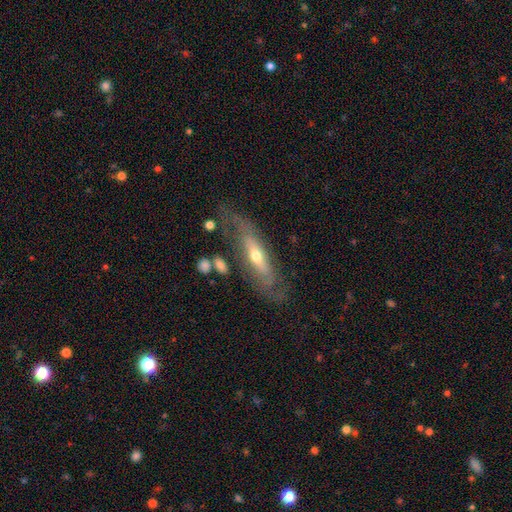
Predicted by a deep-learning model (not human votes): The model was most divided on "edge-on disk": no: 57%, yes: 43%. More confident: smooth or featured — featured or disk (67%); merging — none (63%).